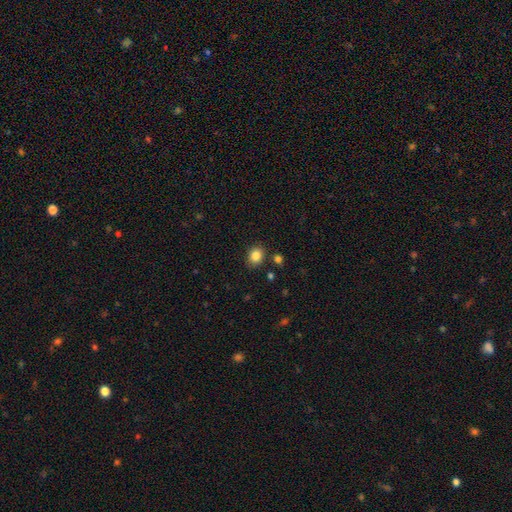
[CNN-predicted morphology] Smooth or featured? Predicted: smooth (p=0.85). How rounded? Predicted: round (p=0.57). Merging? Predicted: none (p=0.84).